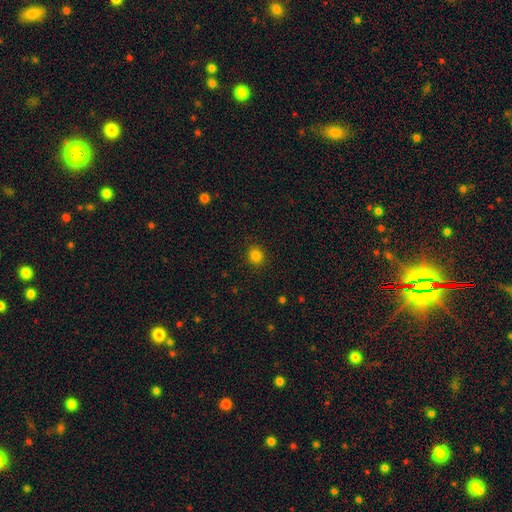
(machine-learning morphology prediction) A smooth galaxy with no disk features (83%) that is round (87%). Merging: none (91%).